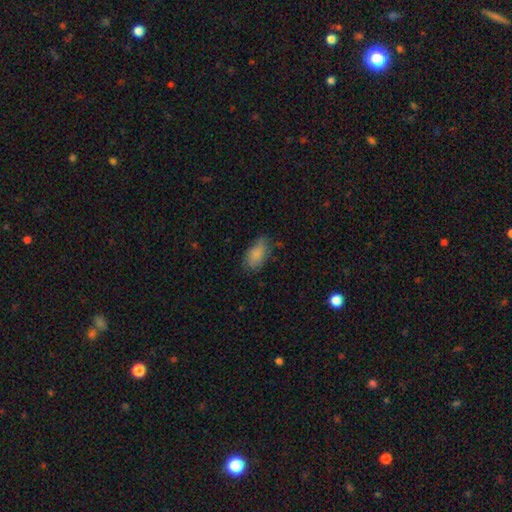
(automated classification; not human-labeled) Smooth or featured: smooth — 82% (featured or disk — 10%)
How rounded: in between — 92% (round — 5%)
Merging: none — 61% (minor disturbance — 30%)